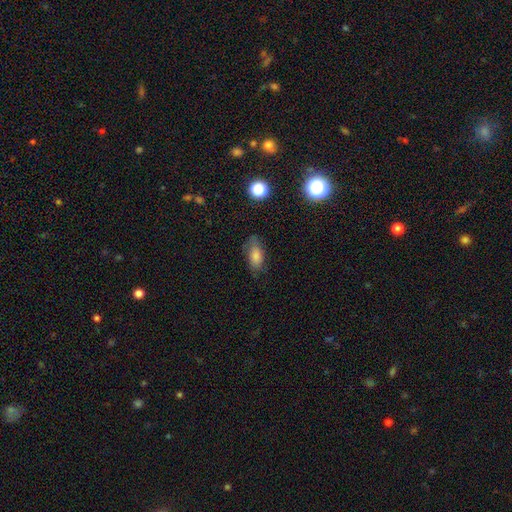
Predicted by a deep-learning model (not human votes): Smooth or featured: smooth — 73% (featured or disk — 15%)
How rounded: in between — 82% (cigar-shaped — 13%)
Merging: none — 69% (minor disturbance — 23%)